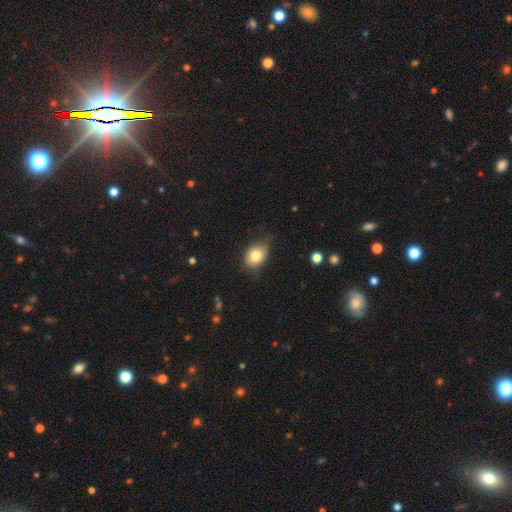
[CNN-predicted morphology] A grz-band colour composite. It shows a smooth galaxy with no disk features (80%) that is in between round and cigar-shaped (66%). Merging: none (64%).